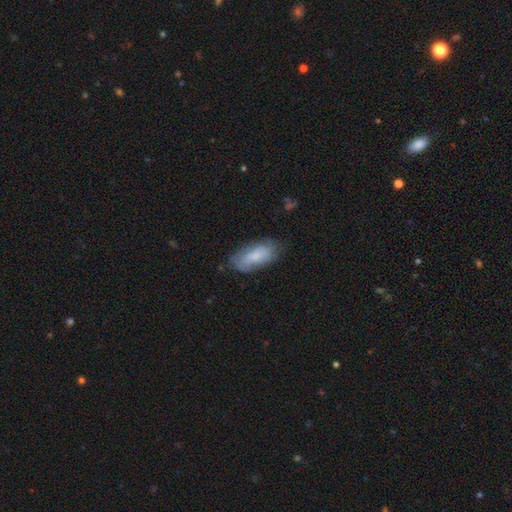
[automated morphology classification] Smooth or featured: smooth — 66% (featured or disk — 26%)
How rounded: in between — 87% (cigar-shaped — 11%)
Merging: none — 65% (minor disturbance — 25%)